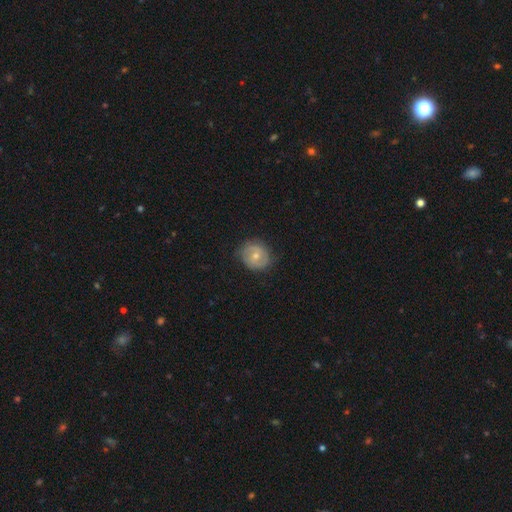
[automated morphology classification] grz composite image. It shows a featured or disk galaxy (55%) with no bar (64%), spiral arms (71%) and a moderate central bulge (54%). Merging: none (76%).